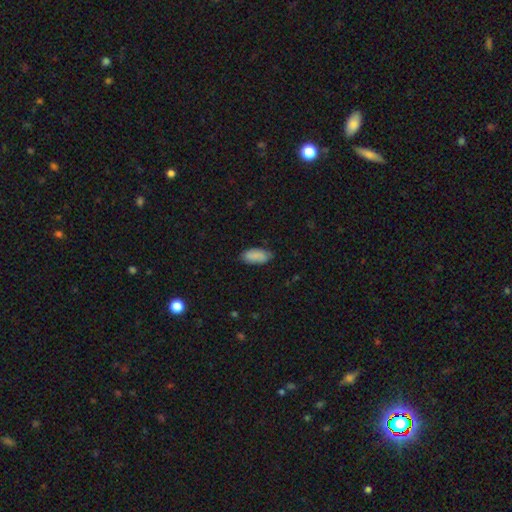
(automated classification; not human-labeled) This is clearly a smooth galaxy (86%). How rounded: clearly in between (91%). Merging: likely none (74%).